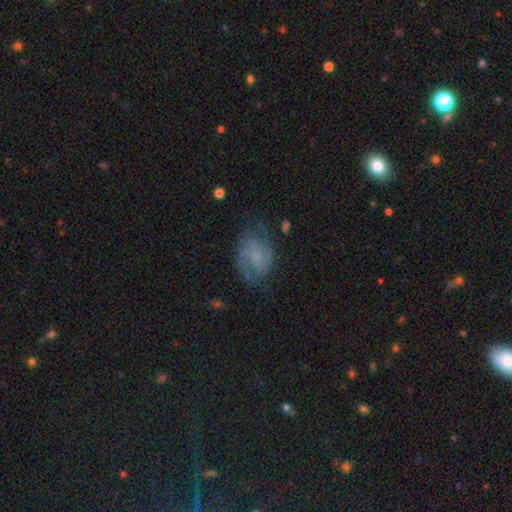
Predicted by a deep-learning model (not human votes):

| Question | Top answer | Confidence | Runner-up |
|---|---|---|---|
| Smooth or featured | featured or disk | 69% | smooth (22%) |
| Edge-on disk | no | 97% | yes (3%) |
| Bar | no | 51% | weak (41%) |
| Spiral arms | yes | 90% | no (10%) |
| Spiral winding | medium | 47% | tight (35%) |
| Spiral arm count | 2 | 69% | can't tell (16%) |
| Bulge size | small | 41% | none (38%) |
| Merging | none | 63% | minor disturbance (22%) |